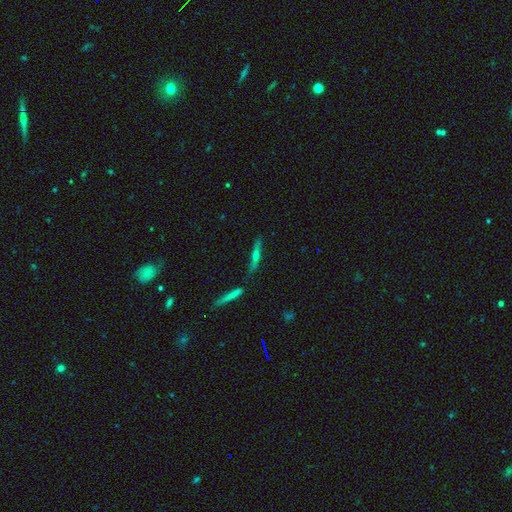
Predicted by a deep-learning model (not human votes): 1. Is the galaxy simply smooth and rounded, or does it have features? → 57% featured or disk, 34% smooth, 9% star or artifact.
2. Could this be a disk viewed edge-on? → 90% yes, 10% no.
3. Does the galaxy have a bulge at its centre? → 67% rounded, 26% none, 7% boxy.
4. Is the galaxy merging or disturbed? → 73% none, 13% minor disturbance, 11% merger, 4% major disturbance.